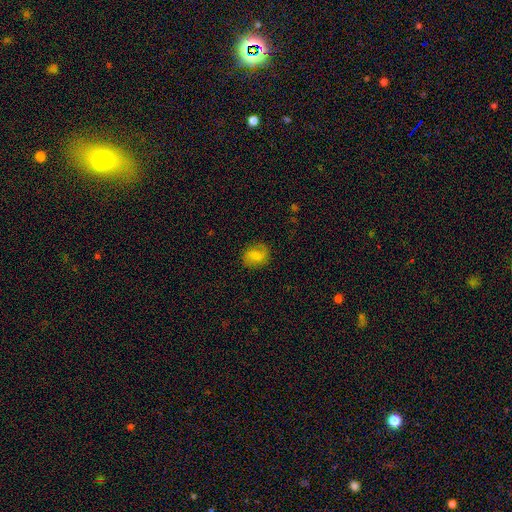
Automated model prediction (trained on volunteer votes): Overall: smooth (62%; featured or disk 28%). How rounded: round (63%; in between 36%). Merging: none (82%).